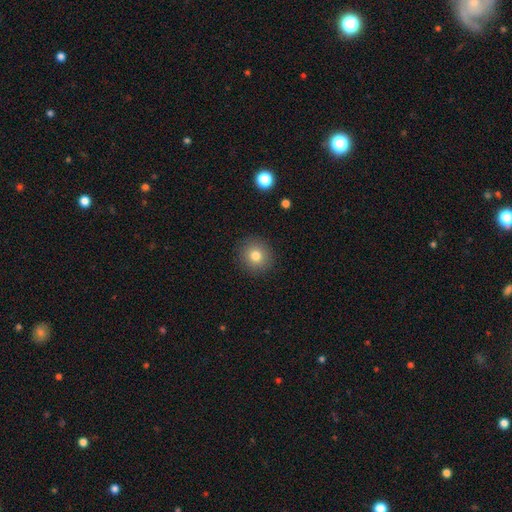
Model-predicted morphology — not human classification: A smooth galaxy with no disk features (80%) that is round (91%).

Vote fractions:
- Smooth or featured? smooth: 80% / star or artifact: 11% / featured or disk: 9%
- How rounded? round: 91% / in between: 9% / cigar-shaped: 1%
- Merging? none: 91% / minor disturbance: 6% / major disturbance: 2% / merger: 1%